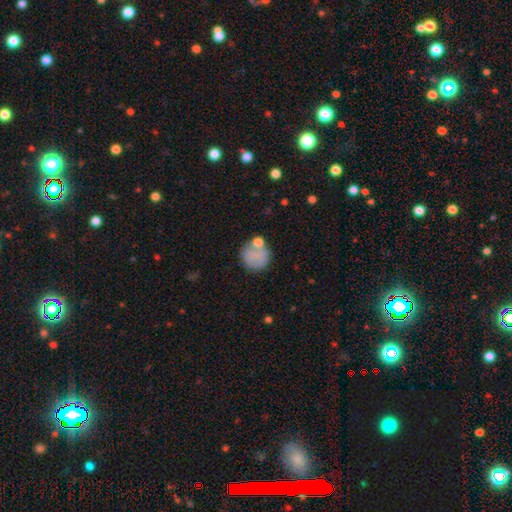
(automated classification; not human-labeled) Smooth or featured? smooth (73%)
How rounded? round (88%)
Merging? none (58%)